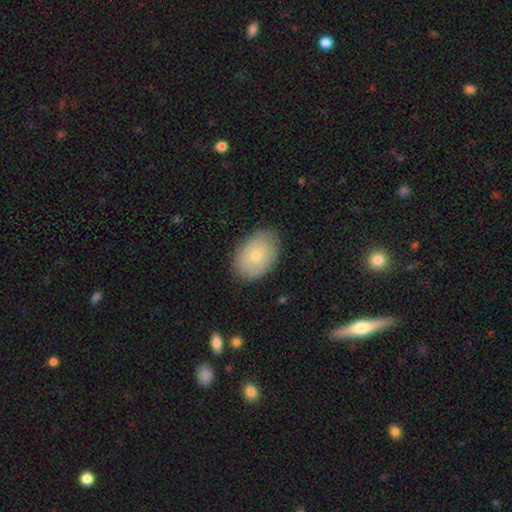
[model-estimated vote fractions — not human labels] Morphology: type=smooth (67%); roundness=in between (82%); merging=none (82%).